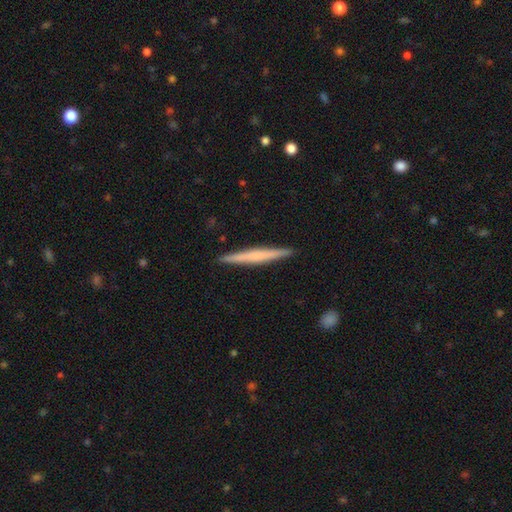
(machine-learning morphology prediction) A featured or disk galaxy (48%).

Vote fractions:
- Smooth or featured? featured or disk: 48% / smooth: 47% / star or artifact: 6%
- Merging? none: 92% / minor disturbance: 5% / major disturbance: 1% / merger: 1%